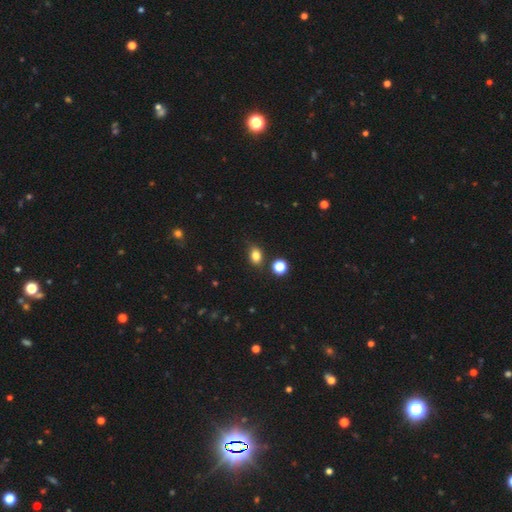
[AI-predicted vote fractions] Smooth or featured?
  - smooth: 81% *
  - star or artifact: 13%
  - featured or disk: 6%
How rounded?
  - in between: 68% *
  - round: 30%
  - cigar-shaped: 2%
Merging?
  - none: 79% *
  - minor disturbance: 13%
  - merger: 5%
  - major disturbance: 3%